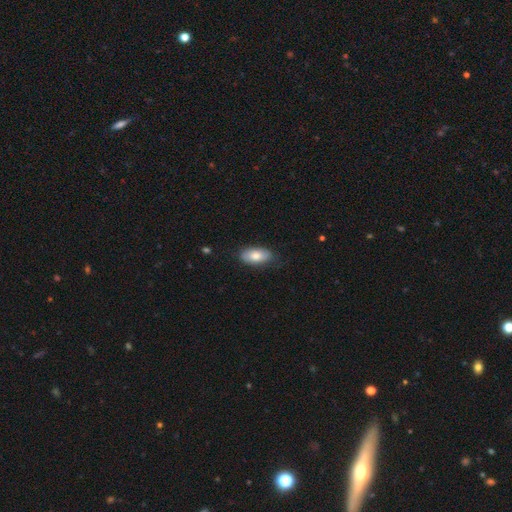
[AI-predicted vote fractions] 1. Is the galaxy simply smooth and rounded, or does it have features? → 76% smooth, 18% featured or disk, 6% star or artifact.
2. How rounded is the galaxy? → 92% in between, 4% cigar-shaped, 3% round.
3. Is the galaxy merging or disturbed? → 76% none, 19% minor disturbance, 4% major disturbance, 1% merger.